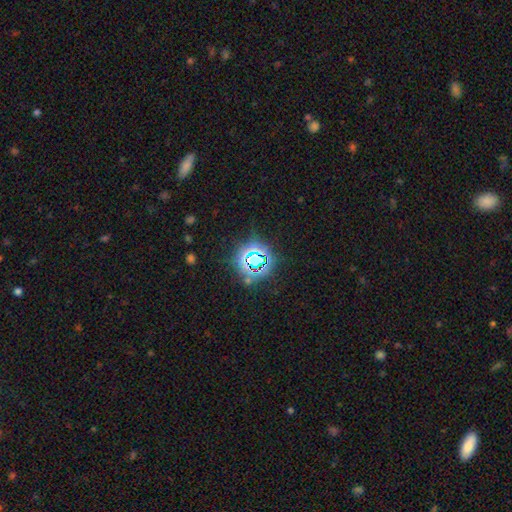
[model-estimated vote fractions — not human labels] The model was most divided on "smooth or featured": star or artifact: 75%, smooth: 16%, featured or disk: 9%.